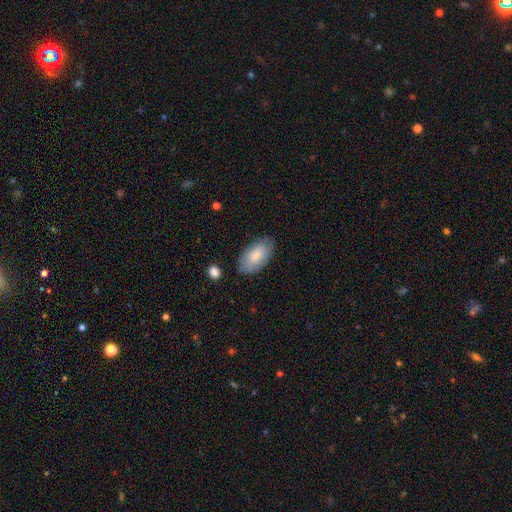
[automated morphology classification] Smooth or featured: smooth — 81% (featured or disk — 13%)
How rounded: in between — 95% (round — 3%)
Merging: none — 80% (minor disturbance — 15%)